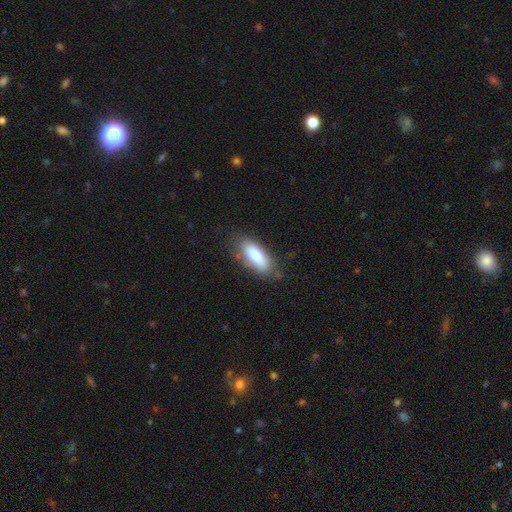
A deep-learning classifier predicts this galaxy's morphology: smooth-or-featured: smooth: 77% | featured or disk: 16% | star or artifact: 7%
  how-rounded: in between: 72% | cigar-shaped: 26% | round: 2%
  merging: none: 75% | minor disturbance: 18% | major disturbance: 5% | merger: 2%